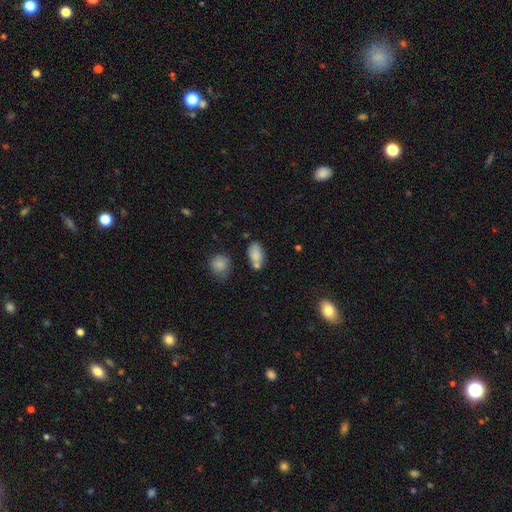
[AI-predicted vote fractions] Smooth or featured?
  - smooth: 82% *
  - featured or disk: 9%
  - star or artifact: 9%
How rounded?
  - in between: 89% *
  - round: 8%
  - cigar-shaped: 3%
Merging?
  - none: 55% *
  - merger: 22%
  - minor disturbance: 18%
  - major disturbance: 5%